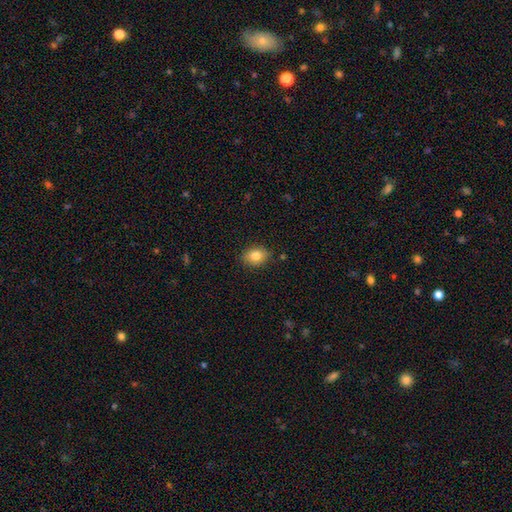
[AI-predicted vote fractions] smooth-or-featured: smooth: 83% | star or artifact: 9% | featured or disk: 8%
  how-rounded: in between: 65% | round: 34% | cigar-shaped: 1%
  merging: none: 86% | minor disturbance: 11% | major disturbance: 2% | merger: 1%